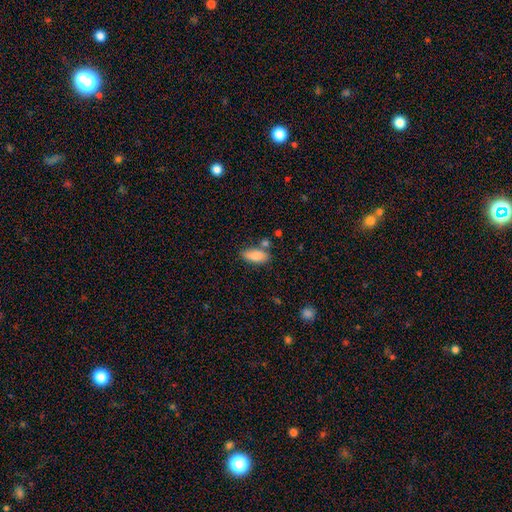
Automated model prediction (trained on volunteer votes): Smooth or featured? Predicted: smooth (p=0.84). How rounded? Predicted: in between (p=0.85). Merging? Predicted: none (p=0.68).